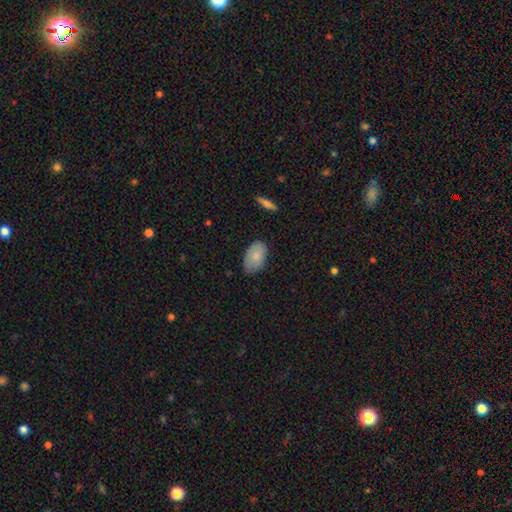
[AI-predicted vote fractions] This is clearly a smooth galaxy (82%). How rounded: clearly in between (93%). Merging: likely none (79%).